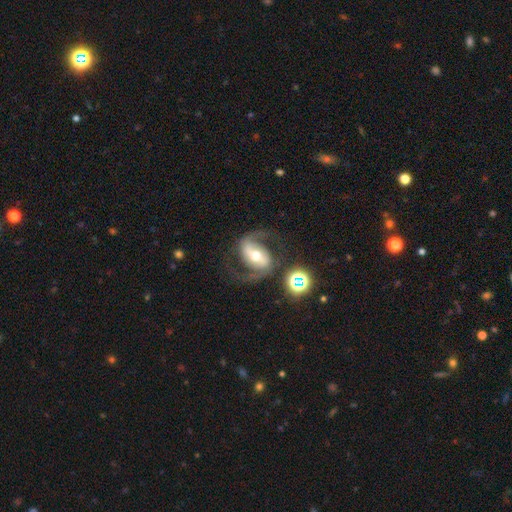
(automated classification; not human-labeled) smooth-or-featured: featured or disk: 87% | star or artifact: 7% | smooth: 6%
  disk-edge-on: no: 97% | yes: 3%
    bar: strong: 52% | weak: 31% | no: 17%
    has-spiral-arms: yes: 96% | no: 4%
      spiral-winding: medium: 53% | loose: 36% | tight: 11%
      spiral-arm-count: 2: 93% | 1: 2% | can't tell: 2% | 3: 1% | 4: 1% | more than 4: 1%
    bulge-size: moderate: 68% | small: 22% | large: 7% | dominant: 1% | none: 1%
  merging: none: 76% | minor disturbance: 12% | major disturbance: 10% | merger: 3%